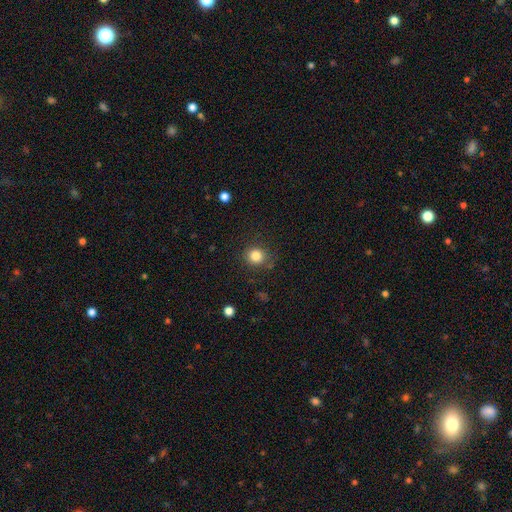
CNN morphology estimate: The model was most divided on "smooth or featured": smooth: 83%, star or artifact: 11%, featured or disk: 6%. More confident: how rounded — round (87%); merging — none (83%).